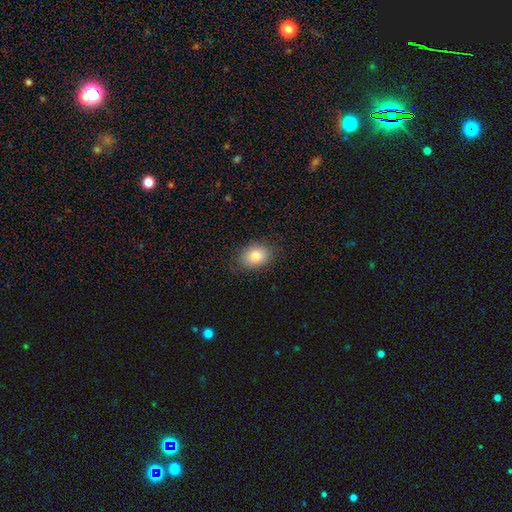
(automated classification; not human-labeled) Overall: smooth (85%). How rounded: in between (76%). Merging: none (84%).